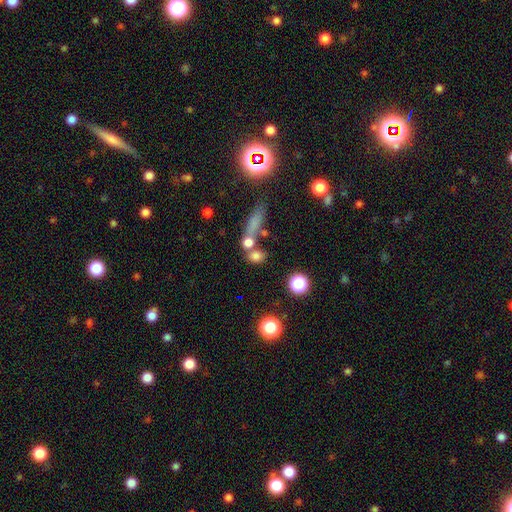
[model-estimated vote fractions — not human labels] Morphology: type=smooth (73%); roundness=round (49%); merging=none (55%).